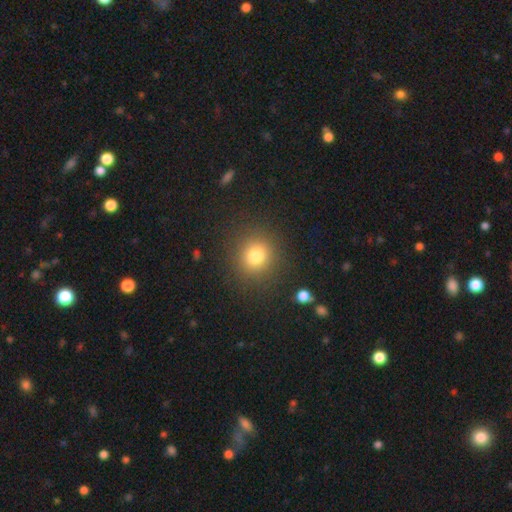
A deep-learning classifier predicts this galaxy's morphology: Smooth or featured?
  - smooth: 78% *
  - star or artifact: 14%
  - featured or disk: 8%
How rounded?
  - round: 89% *
  - in between: 10%
  - cigar-shaped: 1%
Merging?
  - none: 88% *
  - minor disturbance: 7%
  - major disturbance: 3%
  - merger: 2%